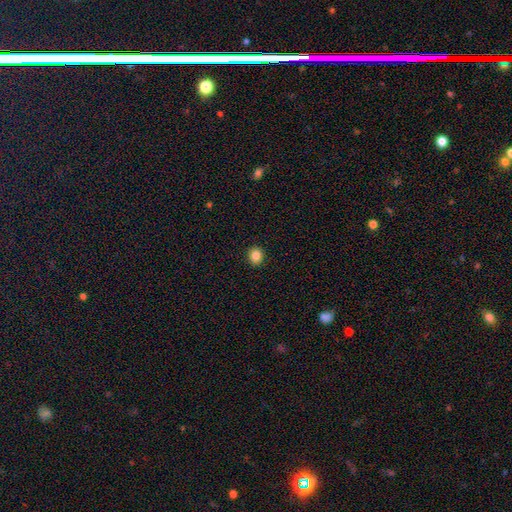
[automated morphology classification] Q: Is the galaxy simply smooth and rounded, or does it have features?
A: smooth — 85%.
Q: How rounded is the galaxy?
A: round — 75%.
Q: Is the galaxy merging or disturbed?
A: none — 92%.